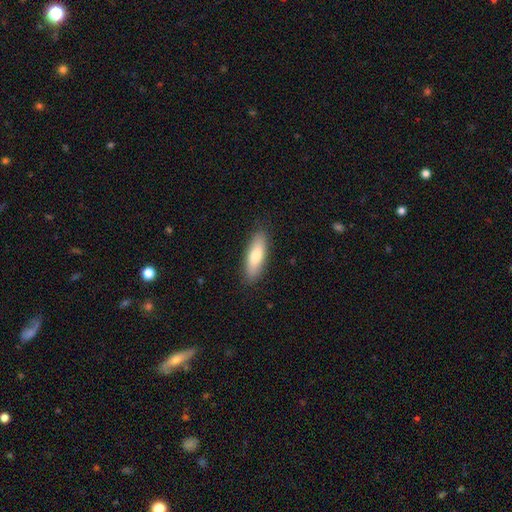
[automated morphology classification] Smooth or featured: smooth — 75% (featured or disk — 20%)
How rounded: cigar-shaped — 52% (in between — 46%)
Merging: none — 88% (minor disturbance — 9%)